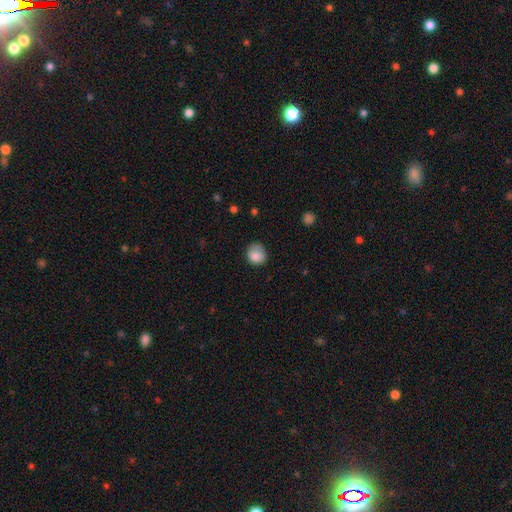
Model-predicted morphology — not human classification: Smooth or featured? smooth (84%)
How rounded? round (76%)
Merging? none (62%)